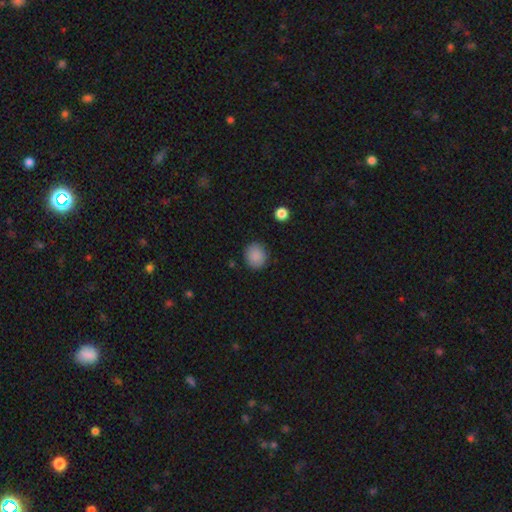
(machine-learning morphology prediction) smooth-or-featured: smooth: 88% | star or artifact: 9% | featured or disk: 3%
  how-rounded: round: 80% | in between: 19% | cigar-shaped: 1%
  merging: none: 87% | minor disturbance: 9% | major disturbance: 3% | merger: 1%